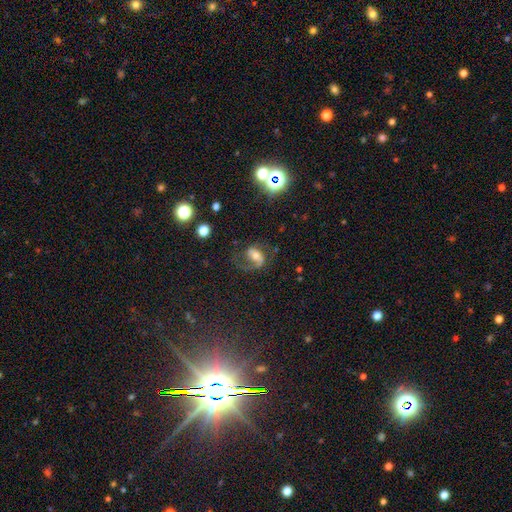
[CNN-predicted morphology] Smooth or featured: featured or disk — 62% (smooth — 25%)
Edge-on disk: no — 96% (yes — 4%)
Bar: no — 40% (weak — 36%)
Spiral arms: yes — 84% (no — 16%)
Spiral winding: medium — 44% (loose — 39%)
Spiral arm count: 2 — 56% (1 — 35%)
Bulge size: moderate — 61% (small — 26%)
Merging: none — 46% (major disturbance — 30%)